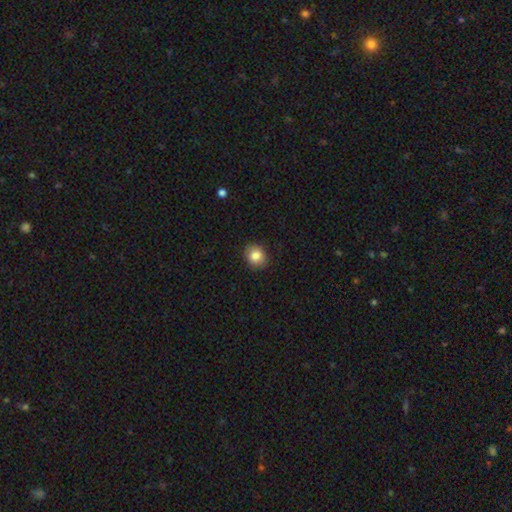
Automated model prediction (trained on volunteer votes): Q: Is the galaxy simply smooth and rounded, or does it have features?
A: smooth — 84%.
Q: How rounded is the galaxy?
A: round — 69%.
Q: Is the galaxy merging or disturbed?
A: none — 88%.